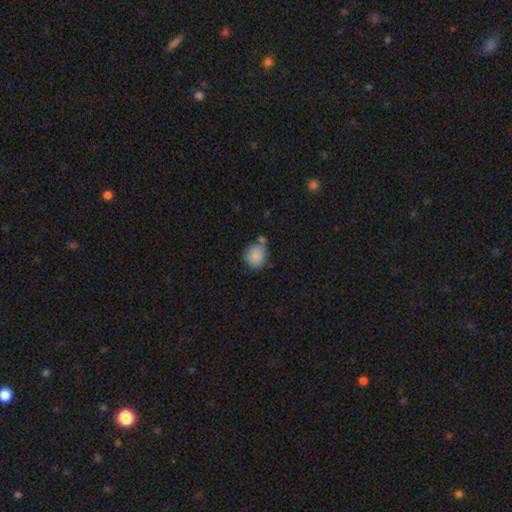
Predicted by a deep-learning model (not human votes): This appears to be a smooth galaxy with no disk features (85%) that is round (76%). Merging: none (47%).